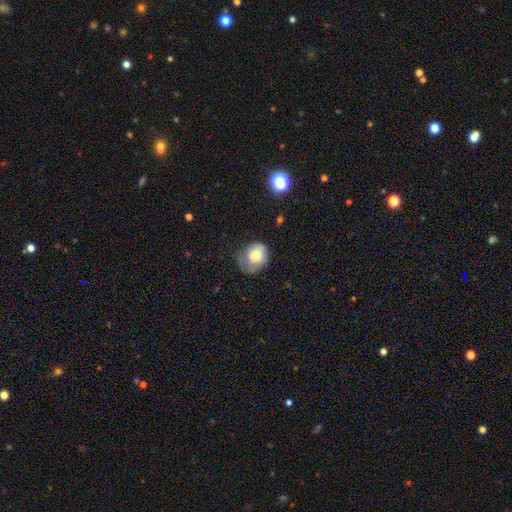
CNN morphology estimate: A smooth galaxy with no disk features (71%) that is round (66%).

Vote fractions:
- Smooth or featured? smooth: 71% / featured or disk: 20% / star or artifact: 9%
- How rounded? round: 66% / in between: 33% / cigar-shaped: 1%
- Merging? minor disturbance: 38% / none: 36% / major disturbance: 23% / merger: 2%